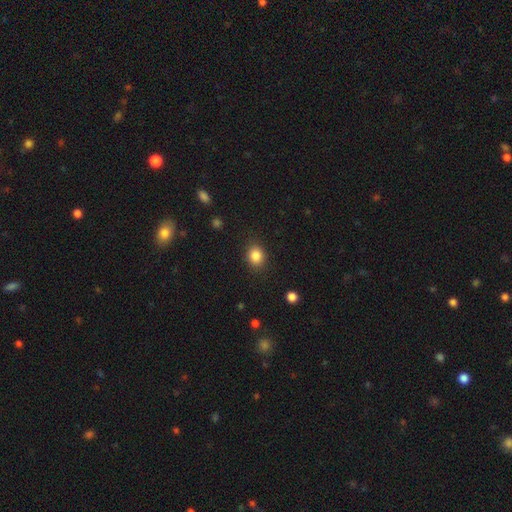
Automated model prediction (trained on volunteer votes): Overall: smooth (85%). How rounded: round (65%; in between 34%). Merging: none (87%).